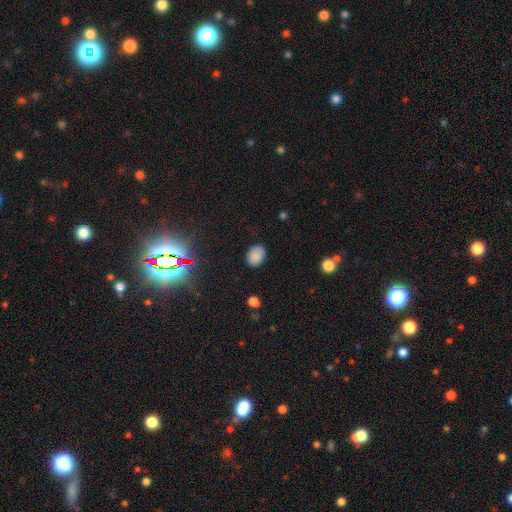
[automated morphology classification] type=smooth (84%); roundness=in between (78%); merging=none (84%).